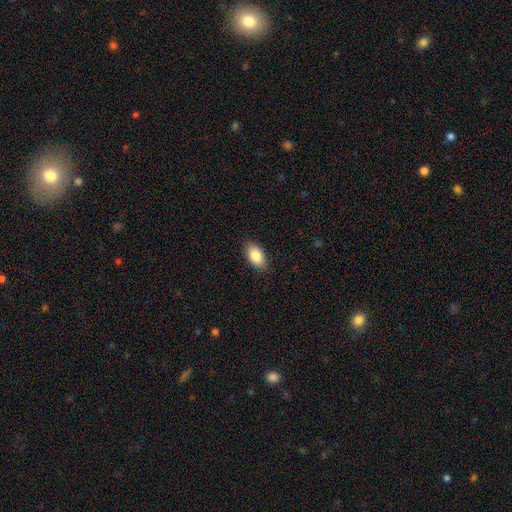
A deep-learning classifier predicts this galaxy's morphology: smooth-or-featured: smooth: 86% | star or artifact: 7% | featured or disk: 7%
  how-rounded: in between: 93% | round: 5% | cigar-shaped: 2%
  merging: none: 87% | minor disturbance: 10% | major disturbance: 2% | merger: 1%